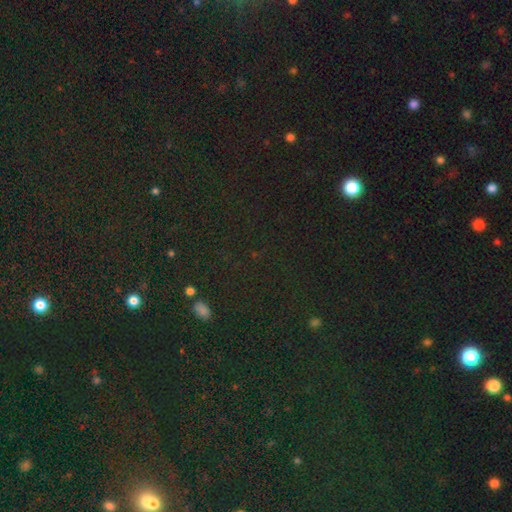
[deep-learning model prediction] Q: Smooth or featured?
A: star or artifact (76%); runner-up: smooth (16%)